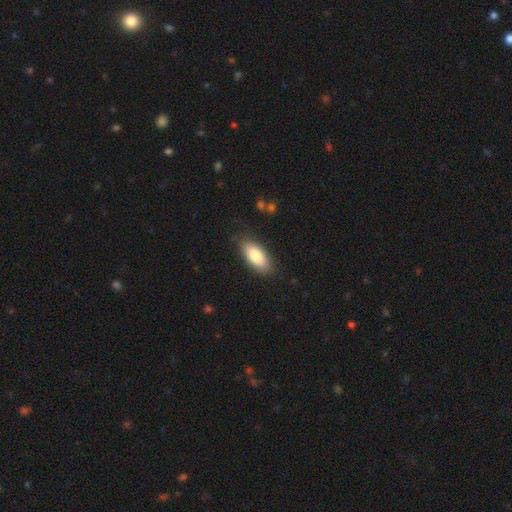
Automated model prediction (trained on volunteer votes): Smooth or featured?
  - smooth: 83% *
  - featured or disk: 11%
  - star or artifact: 6%
How rounded?
  - in between: 86% *
  - cigar-shaped: 12%
  - round: 2%
Merging?
  - none: 83% *
  - minor disturbance: 13%
  - major disturbance: 3%
  - merger: 1%